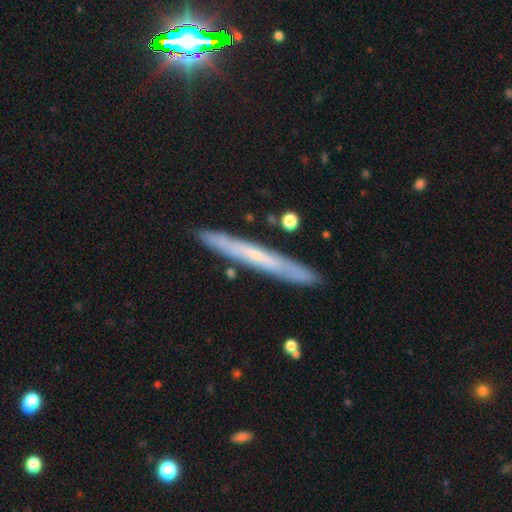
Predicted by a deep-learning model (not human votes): This is possibly a featured or disk galaxy (56%). It is clearly viewed edge-on (87%). Merging: clearly none (88%).